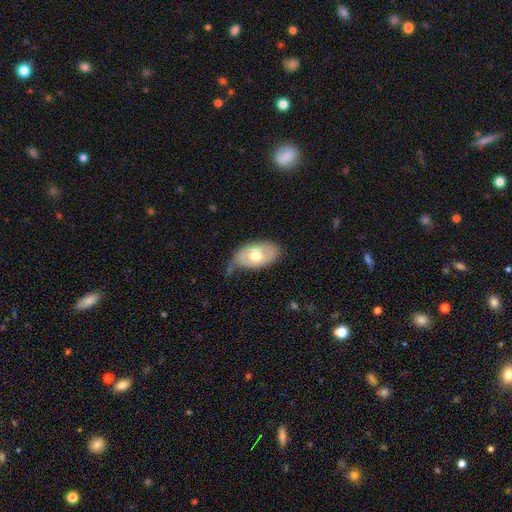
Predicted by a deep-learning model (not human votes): Morphology: type=smooth (60%); roundness=in between (91%); merging=none (47%).